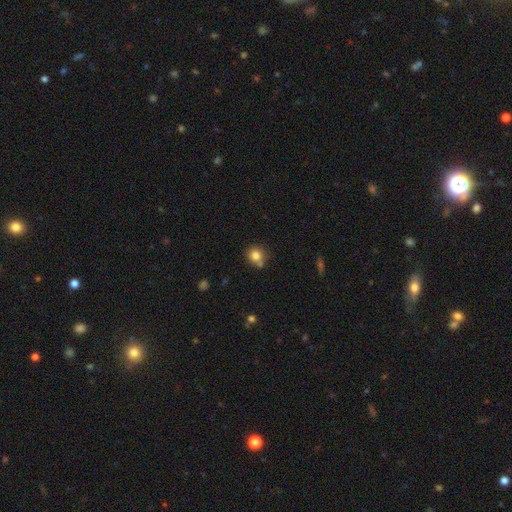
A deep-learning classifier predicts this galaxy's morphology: smooth_or_featured: smooth (p=0.80) [alt: star or artifact p=0.11]
how_rounded: round (p=0.88) [alt: in between p=0.11]
merging: none (p=0.67) [alt: merger p=0.16]